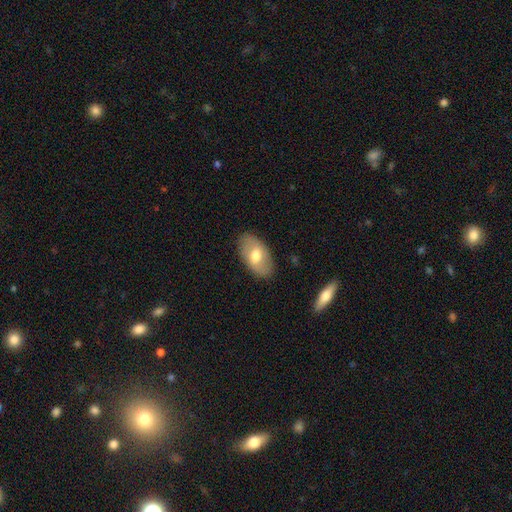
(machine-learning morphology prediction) smooth_or_featured: smooth (p=0.60) [alt: featured or disk p=0.34]
how_rounded: in between (p=0.93) [alt: round p=0.05]
merging: none (p=0.85) [alt: minor disturbance p=0.11]